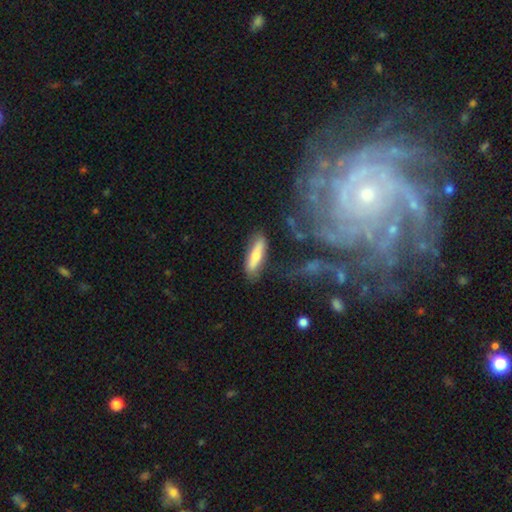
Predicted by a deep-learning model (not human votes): smooth_or_featured: smooth (p=0.62) [alt: featured or disk p=0.32]
how_rounded: cigar-shaped (p=0.66) [alt: in between p=0.32]
merging: none (p=0.79) [alt: minor disturbance p=0.14]